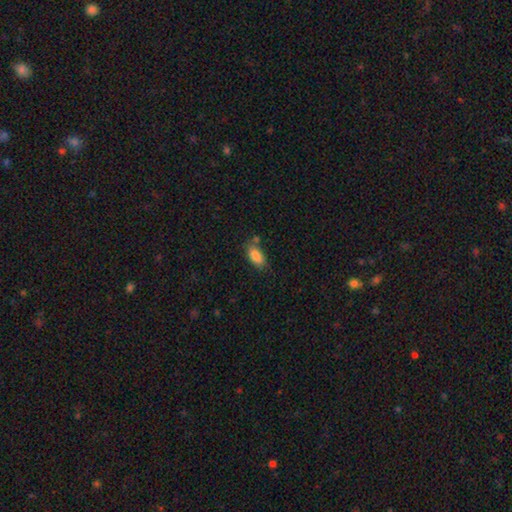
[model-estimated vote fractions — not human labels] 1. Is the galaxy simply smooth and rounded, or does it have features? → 86% smooth, 8% star or artifact, 7% featured or disk.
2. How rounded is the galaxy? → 89% in between, 7% cigar-shaped, 3% round.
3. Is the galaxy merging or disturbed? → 68% none, 19% minor disturbance, 9% merger, 5% major disturbance.